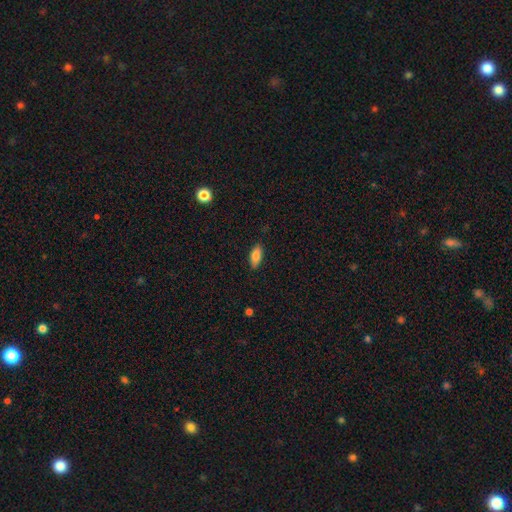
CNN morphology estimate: A smooth galaxy with no disk features (82%) that is in between round and cigar-shaped (85%).

Vote fractions:
- Smooth or featured? smooth: 82% / featured or disk: 11% / star or artifact: 7%
- How rounded? in between: 85% / cigar-shaped: 12% / round: 2%
- Merging? none: 87% / minor disturbance: 10% / major disturbance: 2% / merger: 1%